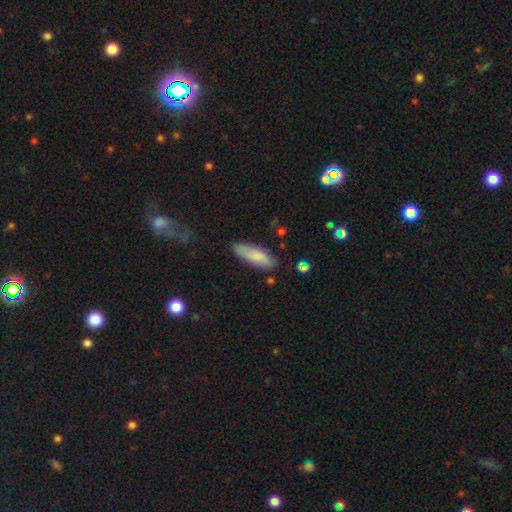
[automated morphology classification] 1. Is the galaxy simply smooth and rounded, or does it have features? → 82% smooth, 12% featured or disk, 7% star or artifact.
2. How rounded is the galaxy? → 58% in between, 41% cigar-shaped, 2% round.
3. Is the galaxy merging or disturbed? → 79% none, 15% minor disturbance, 3% major disturbance, 2% merger.